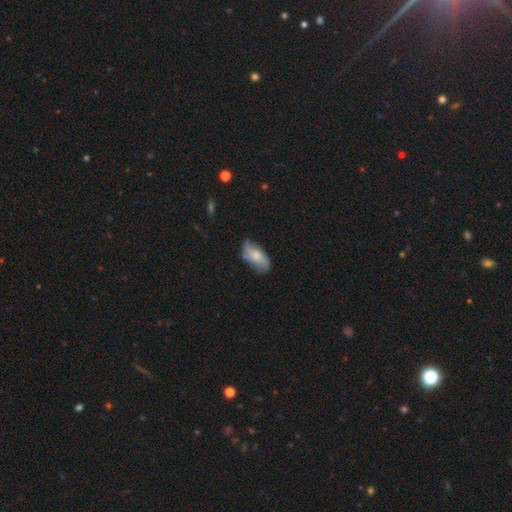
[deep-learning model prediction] Smooth or featured? Predicted: smooth (p=0.62). How rounded? Predicted: in between (p=0.90). Merging? Predicted: none (p=0.61).